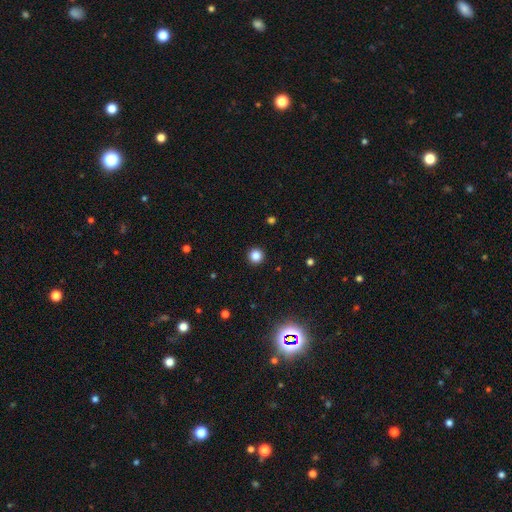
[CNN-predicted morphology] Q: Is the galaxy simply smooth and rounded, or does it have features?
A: smooth — 84%.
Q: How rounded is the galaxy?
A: round — 96%.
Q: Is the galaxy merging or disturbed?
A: none — 94%.